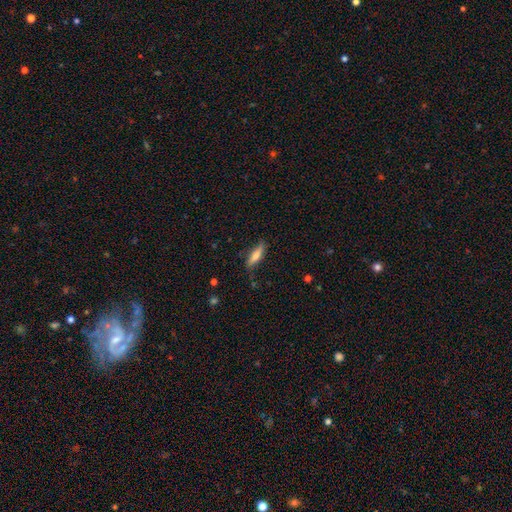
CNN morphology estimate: type=smooth (66%); roundness=cigar-shaped (61%); merging=none (73%).